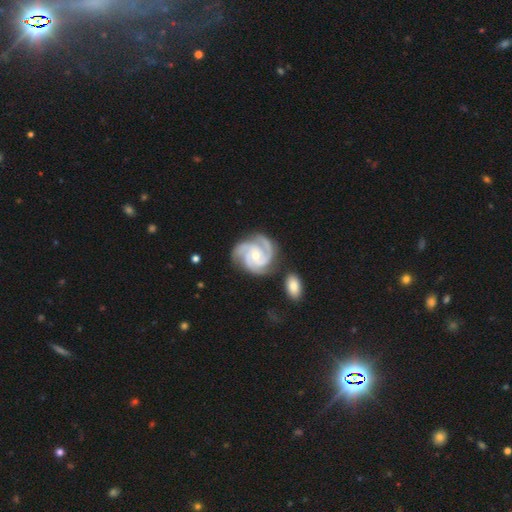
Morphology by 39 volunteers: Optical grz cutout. It shows a featured or disk galaxy (90%) with no bar (63%), 3 (100%) tight (59%) spiral arms (97%) and a small central bulge (54%). Merging: none (68%).